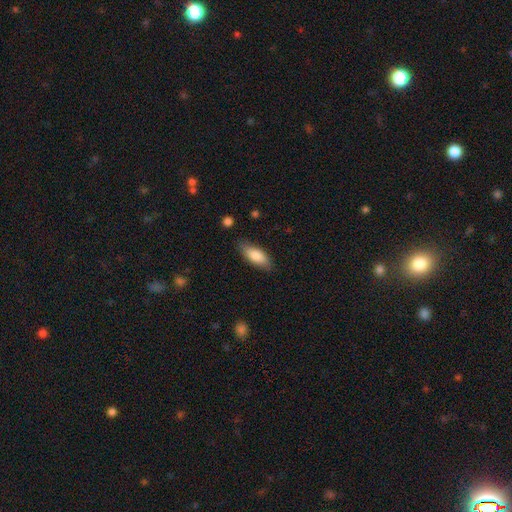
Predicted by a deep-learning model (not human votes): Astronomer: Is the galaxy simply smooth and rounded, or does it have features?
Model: smooth — 82%.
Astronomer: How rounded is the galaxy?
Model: in between — 77%.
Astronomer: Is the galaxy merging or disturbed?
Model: none — 81%.